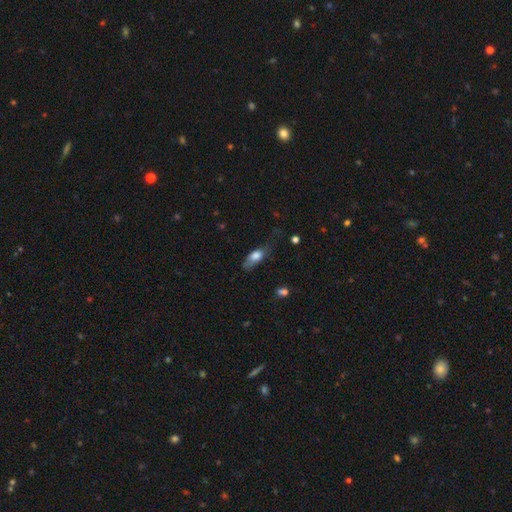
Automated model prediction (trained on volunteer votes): A smooth galaxy with no disk features (72%) that is in between round and cigar-shaped (73%). Merging: none (43%).